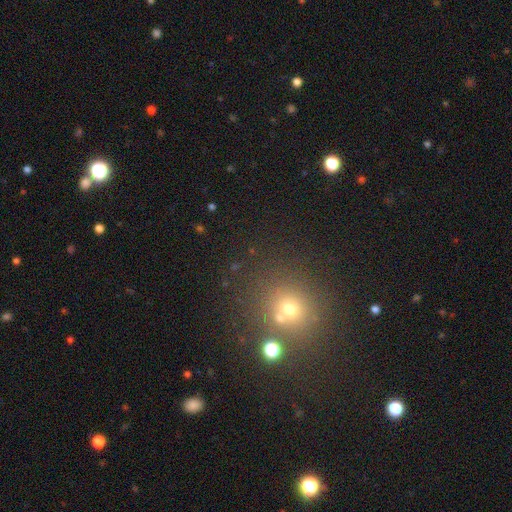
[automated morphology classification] This is possibly a smooth galaxy (50%). Merging: likely none (75%).